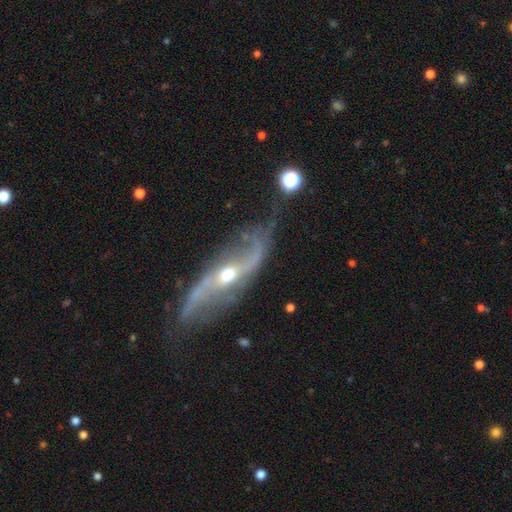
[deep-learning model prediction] Overall: featured or disk (89%). Edge-on disk: no (90%). Bar: no (44%; weak 33%). Spiral arms: yes (96%). Spiral arm count: 2 (92%). Spiral winding: loose (77%). Bulge size: moderate (54%; small 42%). Merging: none (68%).